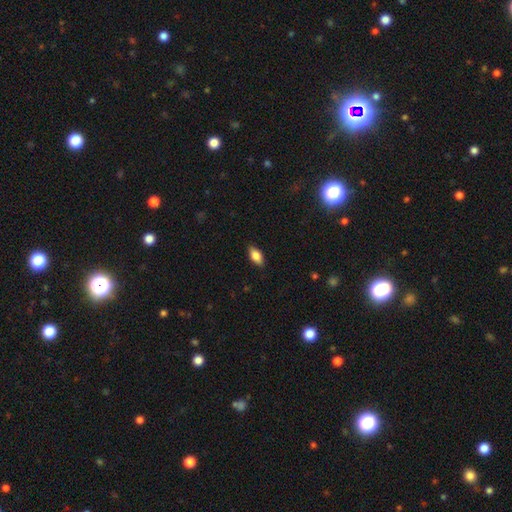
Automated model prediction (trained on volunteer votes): Smooth or featured? smooth (78%)
How rounded? in between (88%)
Merging? none (86%)